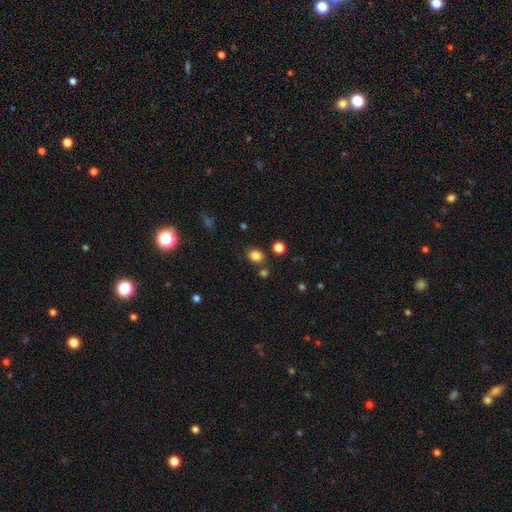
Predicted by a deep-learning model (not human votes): Smooth or featured: smooth — 83% (star or artifact — 12%)
How rounded: round — 52% (in between — 47%)
Merging: none — 80% (minor disturbance — 10%)